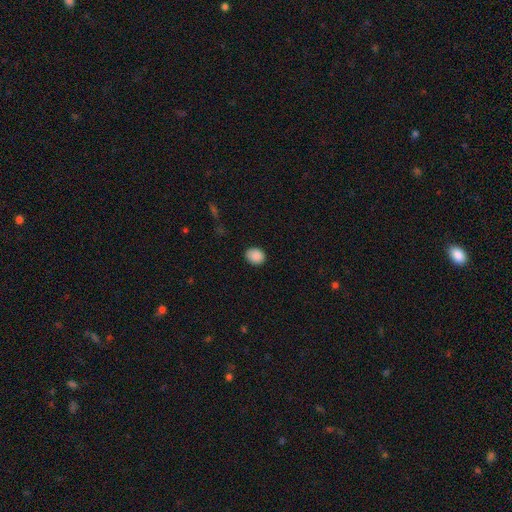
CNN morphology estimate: smooth-or-featured: smooth: 89% | star or artifact: 8% | featured or disk: 3%
  how-rounded: in between: 53% | round: 46% | cigar-shaped: 1%
  merging: none: 86% | minor disturbance: 10% | major disturbance: 2% | merger: 1%